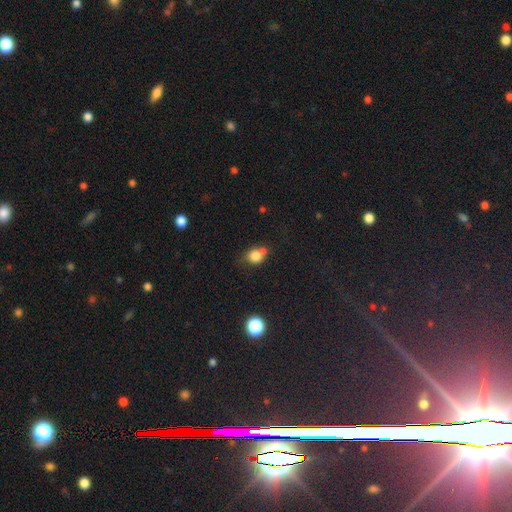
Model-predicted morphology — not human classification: smooth 79%, star or artifact 12%, featured or disk 9%. Down the decision tree: how rounded — round (67%); merging — none (47%).